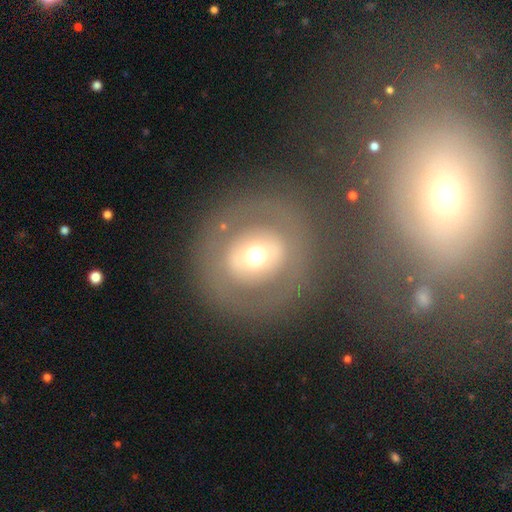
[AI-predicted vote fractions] Smooth or featured?
  - smooth: 46% *
  - featured or disk: 44%
  - star or artifact: 10%
Merging?
  - none: 75% *
  - major disturbance: 11%
  - minor disturbance: 10%
  - merger: 4%